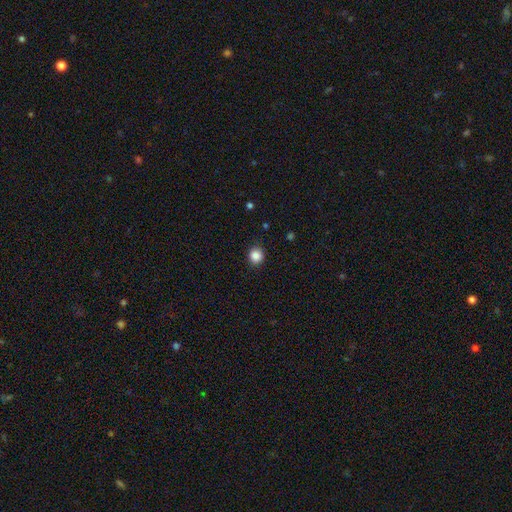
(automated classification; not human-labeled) Overall: smooth (86%). How rounded: round (86%). Merging: none (88%).